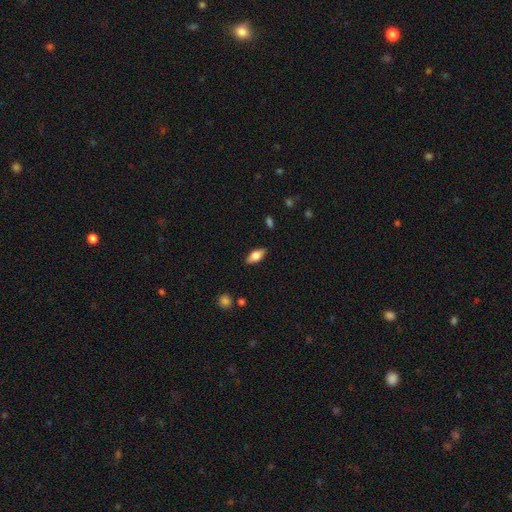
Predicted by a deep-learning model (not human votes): This appears to be a smooth galaxy with no disk features (69%) that is in between round and cigar-shaped (86%). Merging: none (86%).